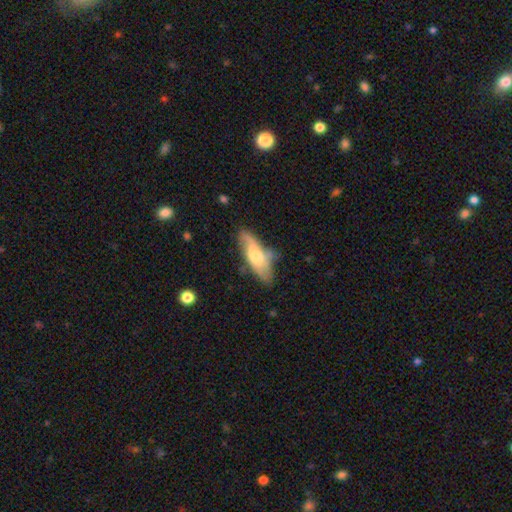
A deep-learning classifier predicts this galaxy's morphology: This appears to be a smooth galaxy with no disk features (48%). Merging: none (56%).